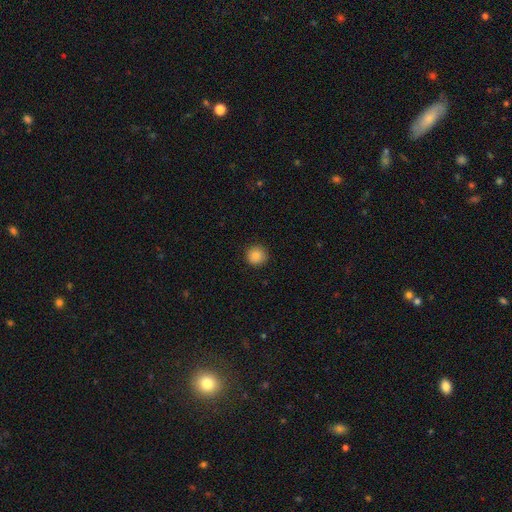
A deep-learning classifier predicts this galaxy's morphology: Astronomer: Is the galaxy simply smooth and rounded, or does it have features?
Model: smooth — 86%.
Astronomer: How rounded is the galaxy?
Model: round — 94%.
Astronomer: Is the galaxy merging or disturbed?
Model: none — 91%.